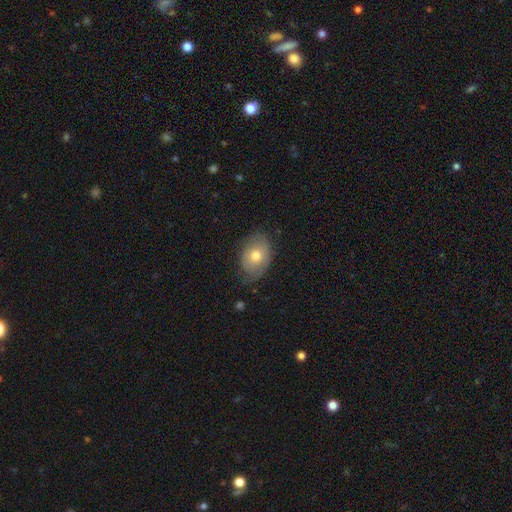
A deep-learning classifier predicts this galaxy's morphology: Smooth or featured? Predicted: smooth (p=0.65). How rounded? Predicted: in between (p=0.76). Merging? Predicted: none (p=0.60).